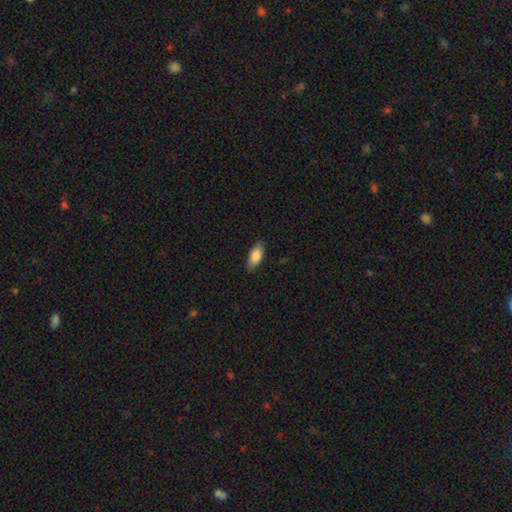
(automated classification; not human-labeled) smooth-or-featured: smooth: 86% | featured or disk: 8% | star or artifact: 6%
  how-rounded: in between: 88% | cigar-shaped: 10% | round: 3%
  merging: none: 83% | minor disturbance: 13% | major disturbance: 2% | merger: 1%